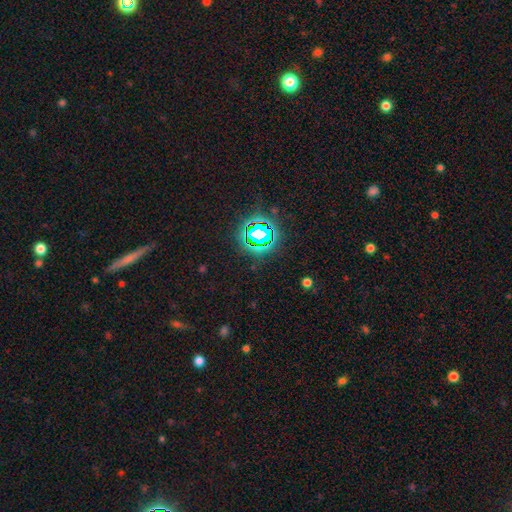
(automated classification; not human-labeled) smooth-or-featured: star or artifact: 76% | smooth: 15% | featured or disk: 8%